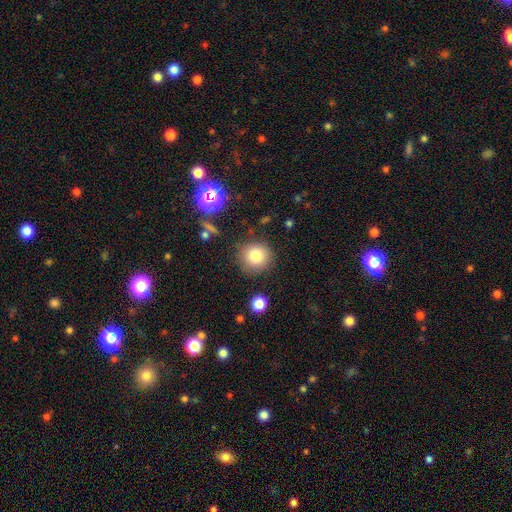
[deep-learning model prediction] A smooth galaxy with no disk features (81%) that is round (90%). Merging: none (83%).